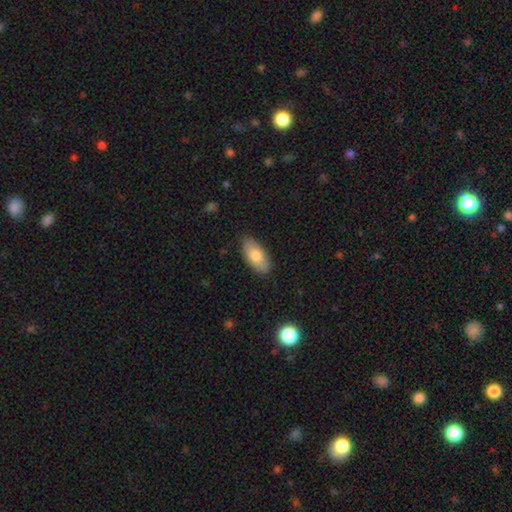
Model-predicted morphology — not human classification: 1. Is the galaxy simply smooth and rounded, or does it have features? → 77% smooth, 17% featured or disk, 6% star or artifact.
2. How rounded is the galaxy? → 90% in between, 7% cigar-shaped, 3% round.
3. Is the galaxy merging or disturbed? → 87% none, 10% minor disturbance, 2% major disturbance, 1% merger.